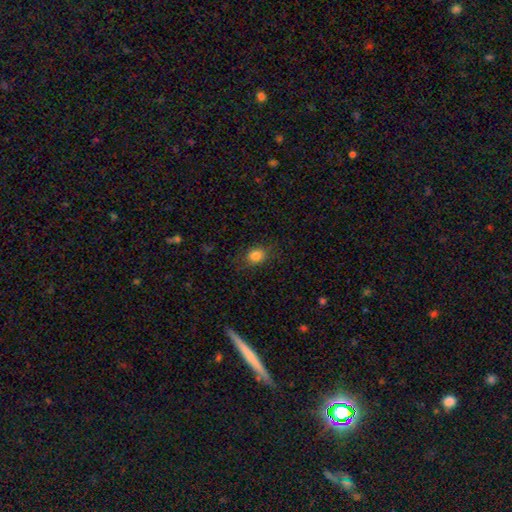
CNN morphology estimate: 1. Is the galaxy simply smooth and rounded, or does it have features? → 84% smooth, 10% star or artifact, 6% featured or disk.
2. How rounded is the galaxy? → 53% round, 46% in between, 1% cigar-shaped.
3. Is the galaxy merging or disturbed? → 82% none, 13% minor disturbance, 4% major disturbance, 1% merger.